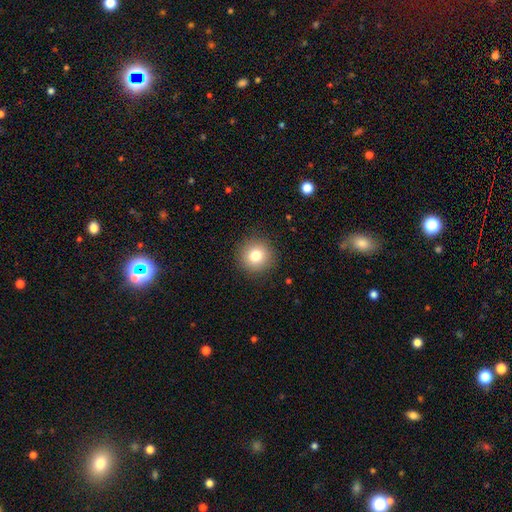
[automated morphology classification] A smooth galaxy with no disk features (80%) that is round (94%). Merging: none (91%).